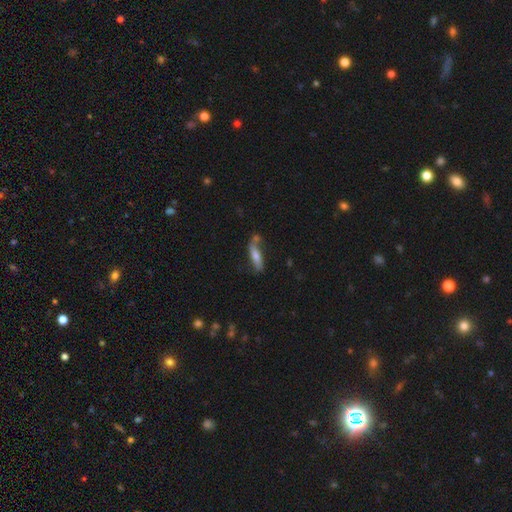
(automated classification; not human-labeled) Smooth or featured: smooth — 58% (featured or disk — 36%)
How rounded: cigar-shaped — 68% (in between — 29%)
Merging: none — 58% (minor disturbance — 21%)